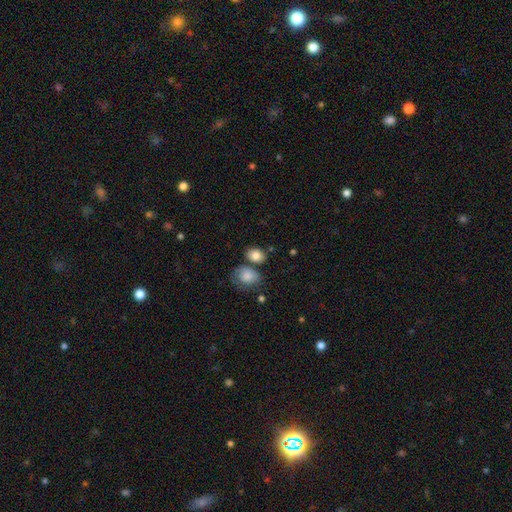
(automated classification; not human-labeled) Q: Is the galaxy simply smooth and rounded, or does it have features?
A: smooth — 83%.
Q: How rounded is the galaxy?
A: in between — 64%.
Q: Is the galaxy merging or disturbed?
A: none — 62%.